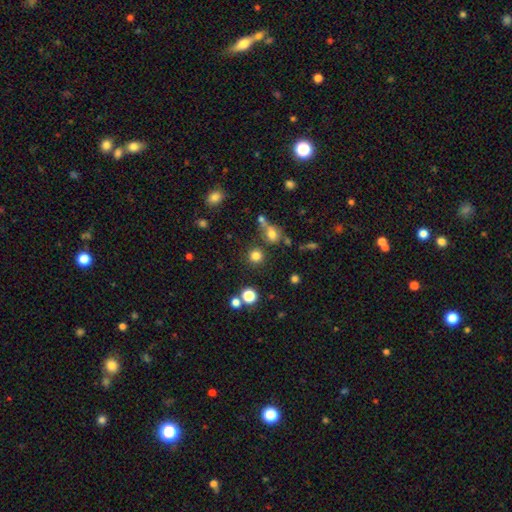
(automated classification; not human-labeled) This is likely a smooth galaxy (77%). How rounded: clearly round (90%). Merging: likely none (75%).